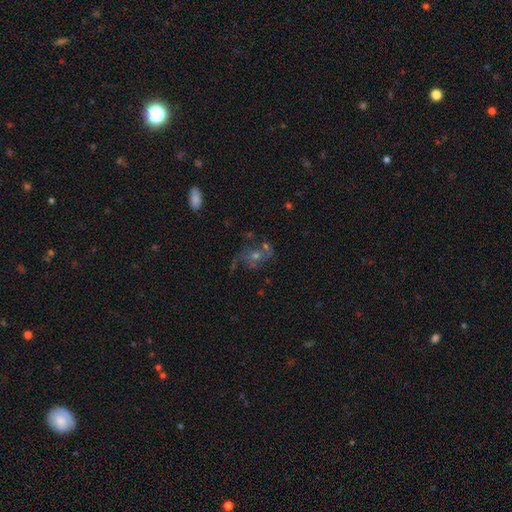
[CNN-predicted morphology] smooth_or_featured: featured or disk (p=0.55) [alt: star or artifact p=0.25]
disk_edge_on: no (p=0.95) [alt: yes p=0.05]
bar: no (p=0.76) [alt: weak p=0.20]
has_spiral_arms: yes (p=0.72) [alt: no p=0.28]
bulge_size: moderate (p=0.49) [alt: small p=0.37]
merging: none (p=0.57) [alt: minor disturbance p=0.17]